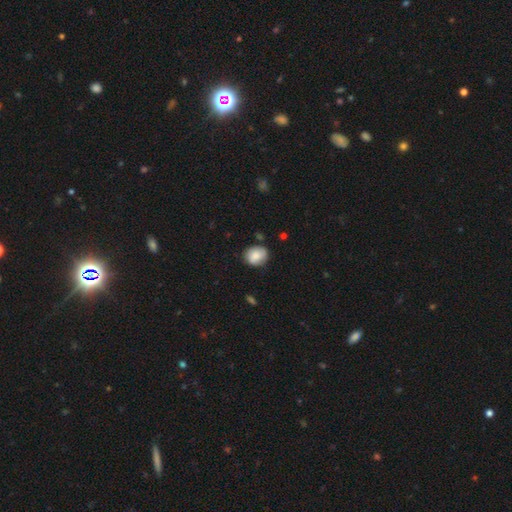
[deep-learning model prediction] A smooth galaxy with no disk features (80%) that is round (54%).

Vote fractions:
- Smooth or featured? smooth: 80% / featured or disk: 12% / star or artifact: 8%
- How rounded? round: 54% / in between: 45% / cigar-shaped: 1%
- Merging? none: 72% / minor disturbance: 21% / major disturbance: 4% / merger: 3%